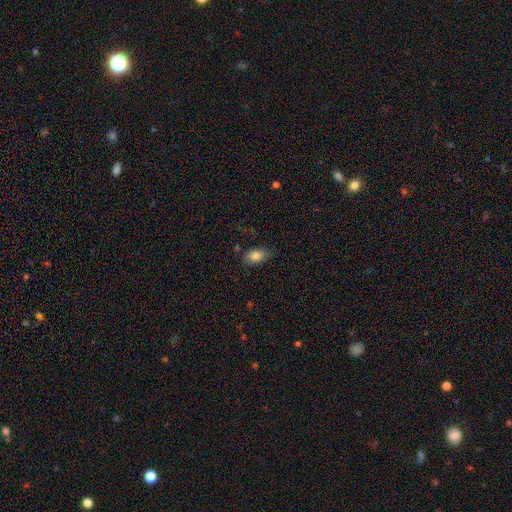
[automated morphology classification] Overall: smooth (83%). How rounded: in between (86%). Merging: none (74%).